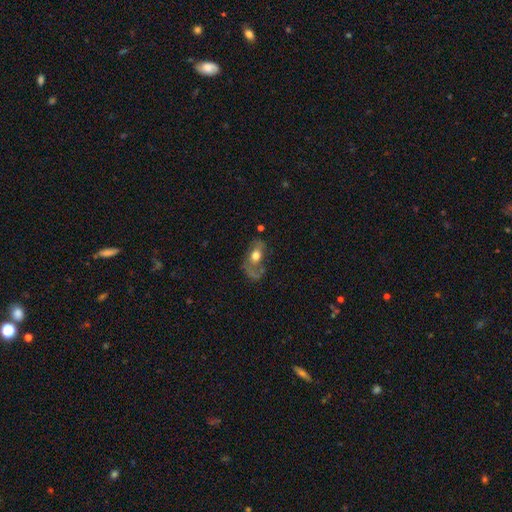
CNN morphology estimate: This is possibly a featured or disk galaxy (51%). It is clearly not viewed edge-on (91%). Merging: marginally none (41%).